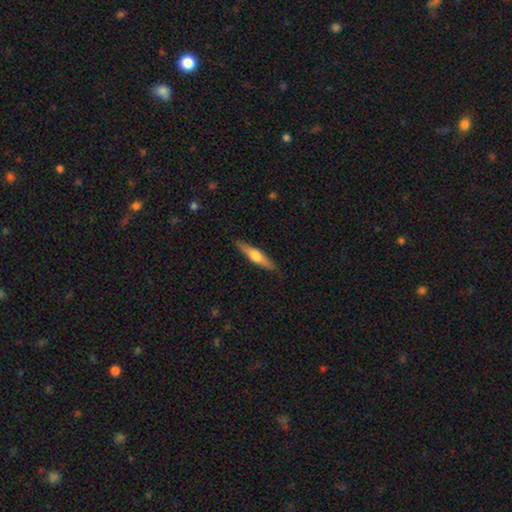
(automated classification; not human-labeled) This appears to be a featured or disk galaxy (49%). Merging: none (87%).